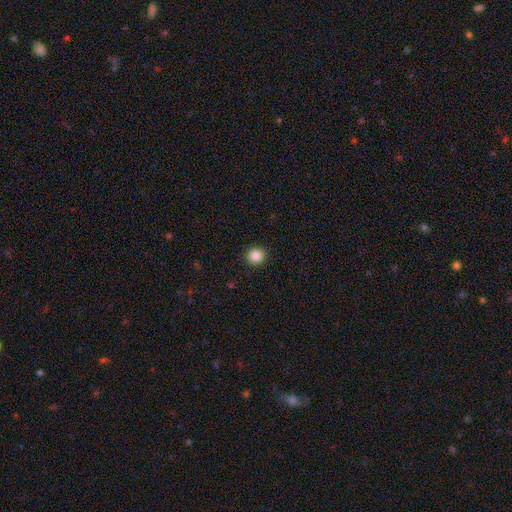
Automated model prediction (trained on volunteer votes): A smooth galaxy with no disk features (85%) that is round (90%). Merging: none (93%).